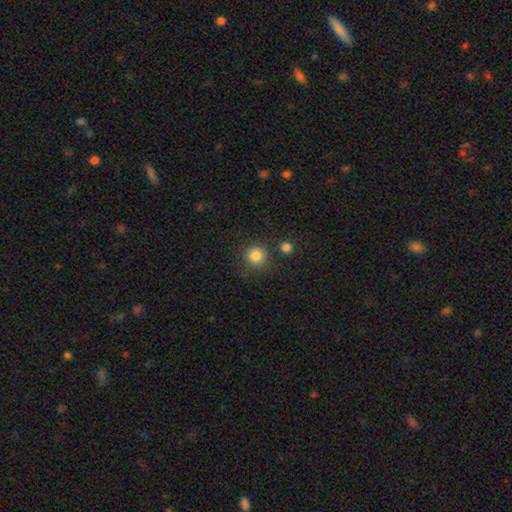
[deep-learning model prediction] Smooth or featured? smooth (84%)
How rounded? round (93%)
Merging? none (83%)